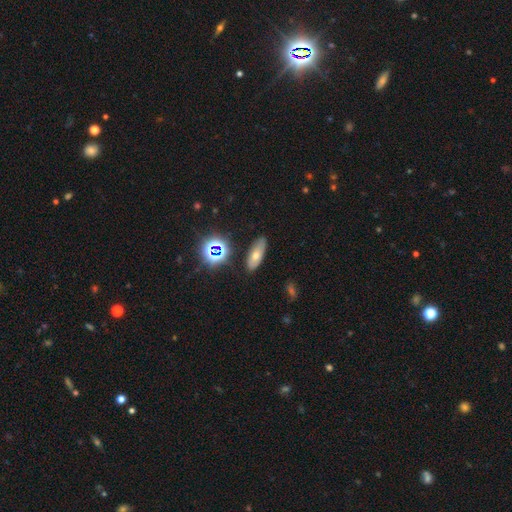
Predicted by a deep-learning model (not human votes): This appears to be a smooth galaxy with no disk features (48%). Merging: none (85%).